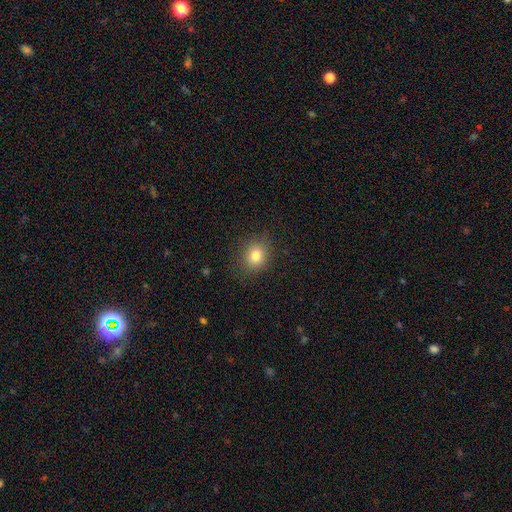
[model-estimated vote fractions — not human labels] Smooth or featured? smooth (80%)
How rounded? round (66%)
Merging? none (85%)